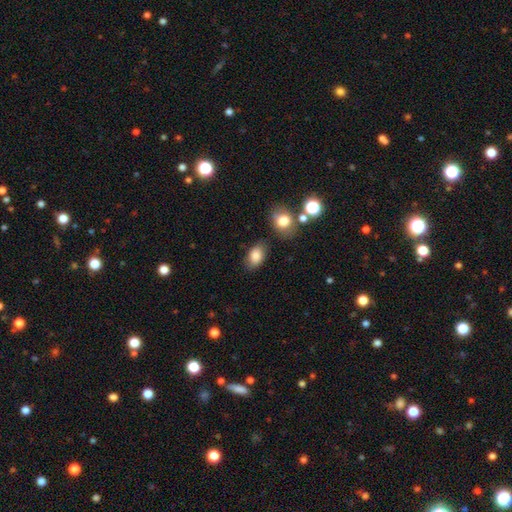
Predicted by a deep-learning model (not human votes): smooth 85%, star or artifact 8%, featured or disk 7%. Down the decision tree: how rounded — in between (86%); merging — none (76%).